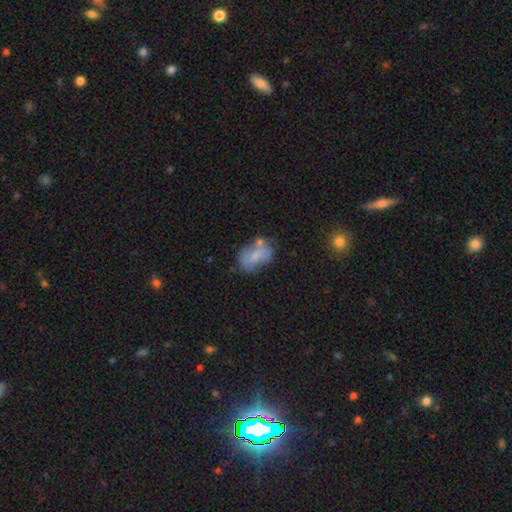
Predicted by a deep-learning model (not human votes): This appears to be a smooth galaxy with no disk features (62%) that is in between round and cigar-shaped (81%). Merging: none (47%).